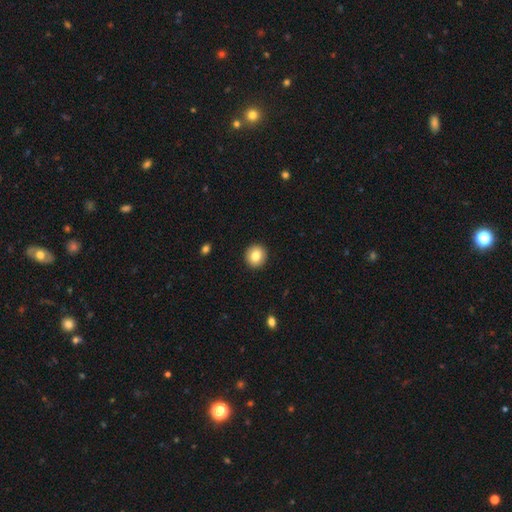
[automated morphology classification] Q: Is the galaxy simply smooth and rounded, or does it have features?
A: smooth — 83%.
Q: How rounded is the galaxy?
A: round — 90%.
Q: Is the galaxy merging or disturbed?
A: none — 93%.